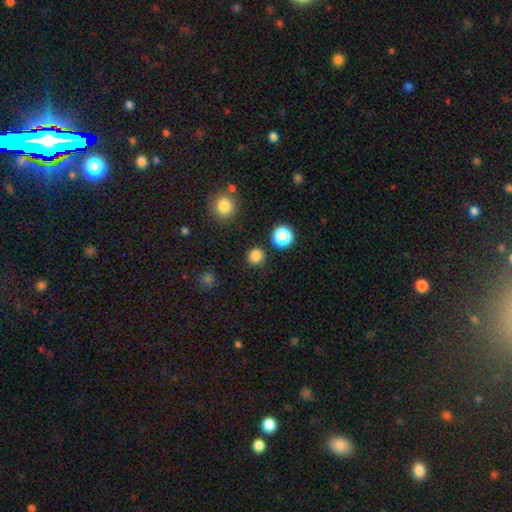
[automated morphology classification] Smooth or featured? smooth (83%)
How rounded? round (92%)
Merging? none (89%)